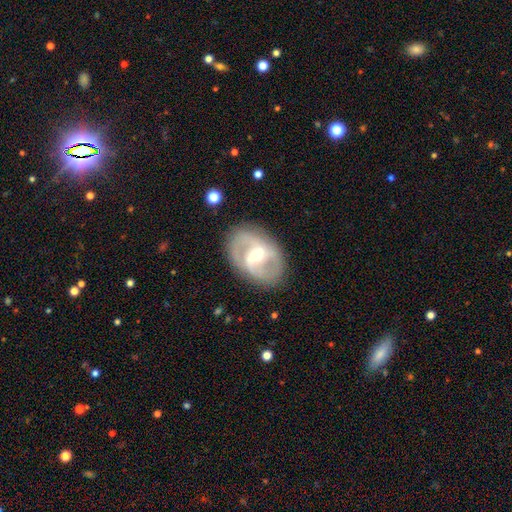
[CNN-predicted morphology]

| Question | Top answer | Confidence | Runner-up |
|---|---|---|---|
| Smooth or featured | featured or disk | 82% | smooth (12%) |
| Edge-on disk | no | 96% | yes (4%) |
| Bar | weak | 47% | strong (38%) |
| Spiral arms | yes | 87% | no (13%) |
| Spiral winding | medium | 49% | loose (29%) |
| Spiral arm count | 2 | 83% | can't tell (9%) |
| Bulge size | moderate | 57% | small (37%) |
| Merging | none | 81% | minor disturbance (12%) |